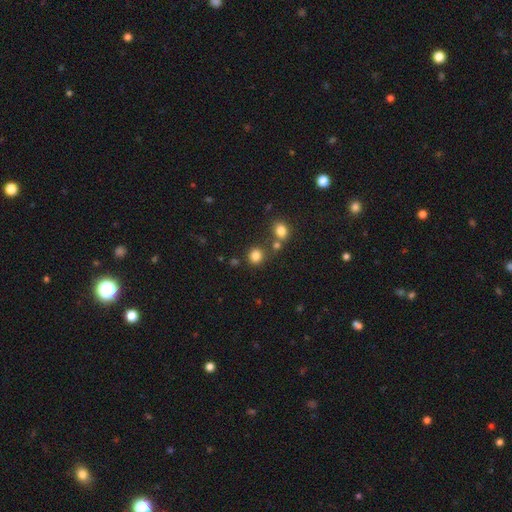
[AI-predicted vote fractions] A smooth galaxy with no disk features (82%) that is round (84%). Merging: none (72%).